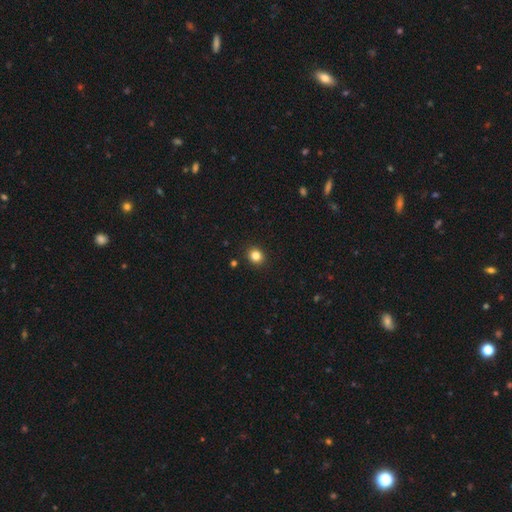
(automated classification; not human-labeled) Morphology: type=smooth (83%); roundness=round (77%); merging=none (92%).